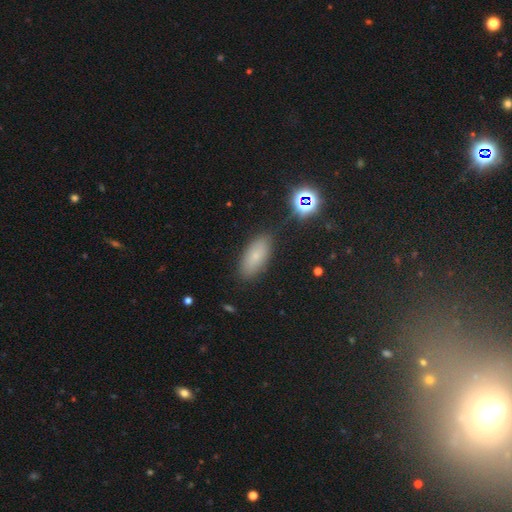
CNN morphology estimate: Overall: smooth (73%). How rounded: in between (86%). Merging: none (83%).